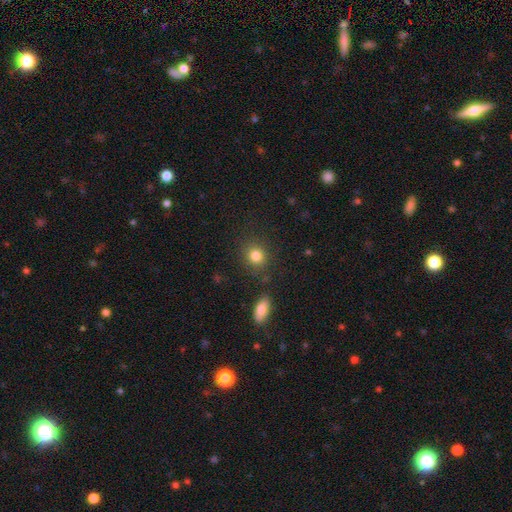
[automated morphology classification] Smooth or featured?
  - smooth: 83% *
  - star or artifact: 11%
  - featured or disk: 6%
How rounded?
  - round: 82% *
  - in between: 17%
  - cigar-shaped: 1%
Merging?
  - none: 83% *
  - minor disturbance: 9%
  - merger: 4%
  - major disturbance: 3%